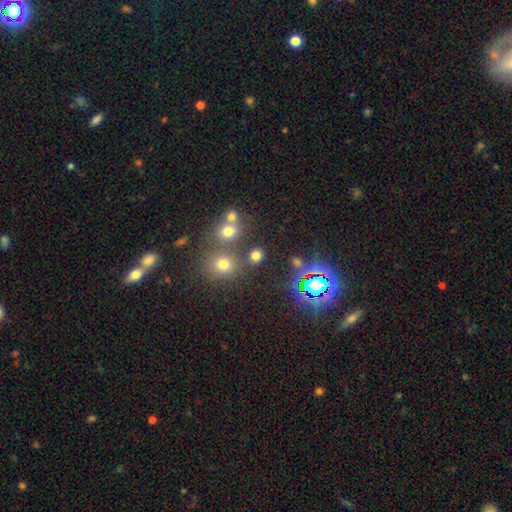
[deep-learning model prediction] Q: Smooth or featured?
A: smooth (68%); runner-up: star or artifact (24%)
Q: How rounded?
A: round (75%); runner-up: in between (24%)
Q: Merging?
A: none (77%); runner-up: merger (11%)